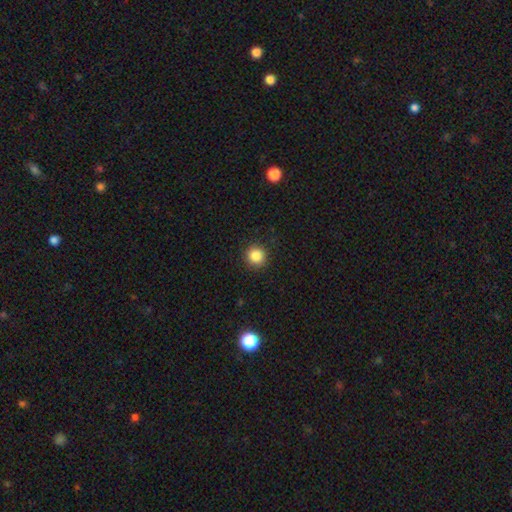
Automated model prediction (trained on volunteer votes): Q: Smooth or featured?
A: smooth (86%); runner-up: star or artifact (10%)
Q: How rounded?
A: round (93%); runner-up: in between (7%)
Q: Merging?
A: none (90%); runner-up: minor disturbance (7%)